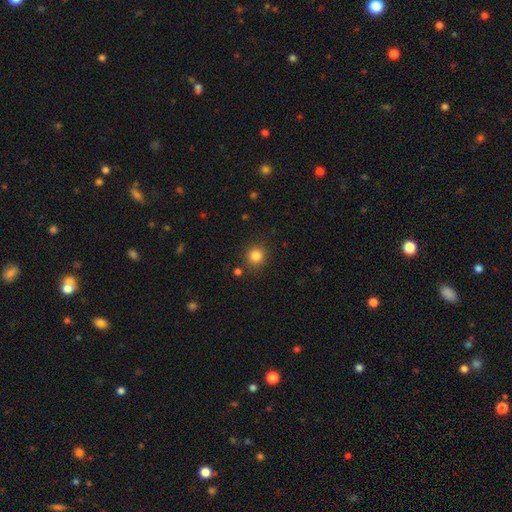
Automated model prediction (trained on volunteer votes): Morphology: type=smooth (84%); roundness=round (88%); merging=none (84%).